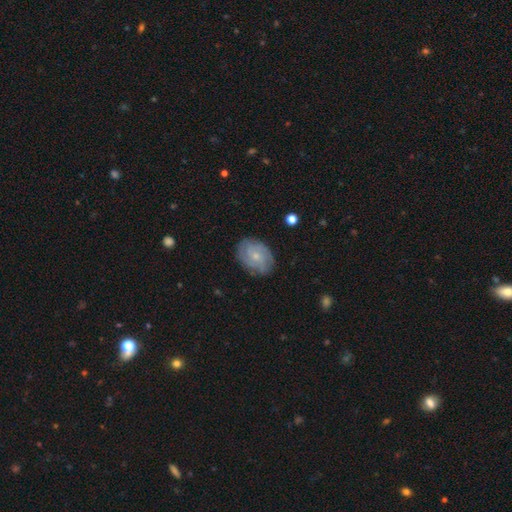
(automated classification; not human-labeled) smooth_or_featured: featured or disk (p=0.65) [alt: smooth p=0.28]
disk_edge_on: no (p=0.97) [alt: yes p=0.03]
bar: no (p=0.73) [alt: weak p=0.24]
has_spiral_arms: yes (p=0.88) [alt: no p=0.12]
spiral_winding: tight (p=0.61) [alt: medium p=0.30]
spiral_arm_count: can't tell (p=0.40) [alt: 2 p=0.21]
bulge_size: small (p=0.67) [alt: moderate p=0.28]
merging: none (p=0.80) [alt: minor disturbance p=0.15]